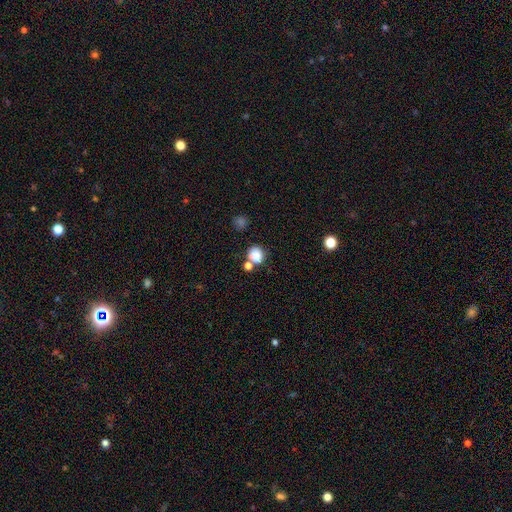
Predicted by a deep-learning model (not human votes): A smooth galaxy with no disk features (81%) that is round (76%). Merging: none (61%).